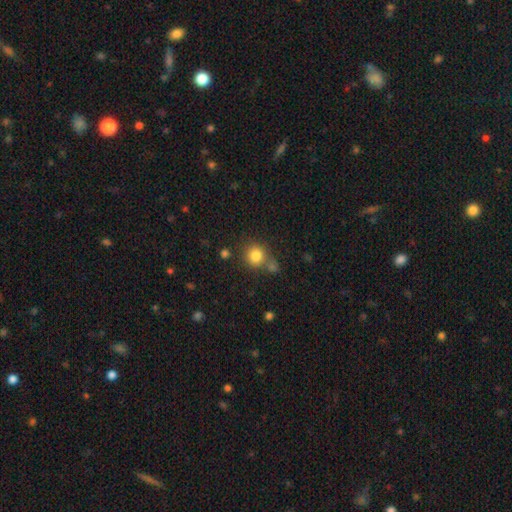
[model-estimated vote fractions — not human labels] Smooth or featured? Predicted: smooth (p=0.82). How rounded? Predicted: round (p=0.87). Merging? Predicted: none (p=0.64).